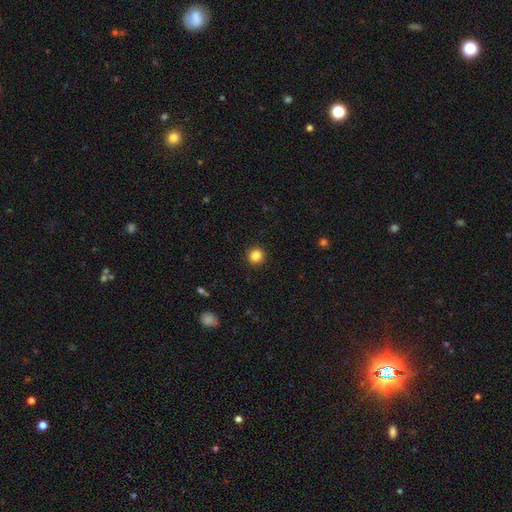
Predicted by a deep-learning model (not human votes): smooth_or_featured: smooth (p=0.85) [alt: star or artifact p=0.11]
how_rounded: round (p=0.94) [alt: in between p=0.05]
merging: none (p=0.93) [alt: minor disturbance p=0.05]